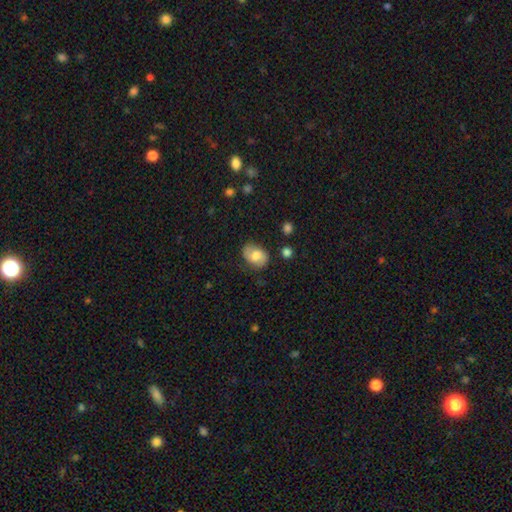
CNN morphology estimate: Smooth or featured? Predicted: smooth (p=0.61). How rounded? Predicted: in between (p=0.74). Merging? Predicted: none (p=0.74).